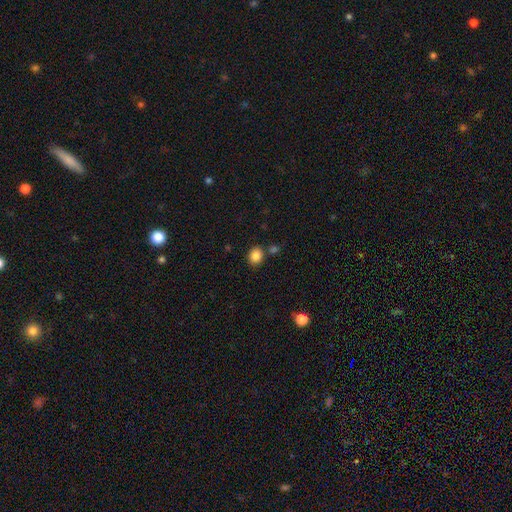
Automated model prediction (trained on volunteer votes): Smooth or featured: smooth — 86% (star or artifact — 10%)
How rounded: round — 53% (in between — 46%)
Merging: none — 79% (minor disturbance — 10%)